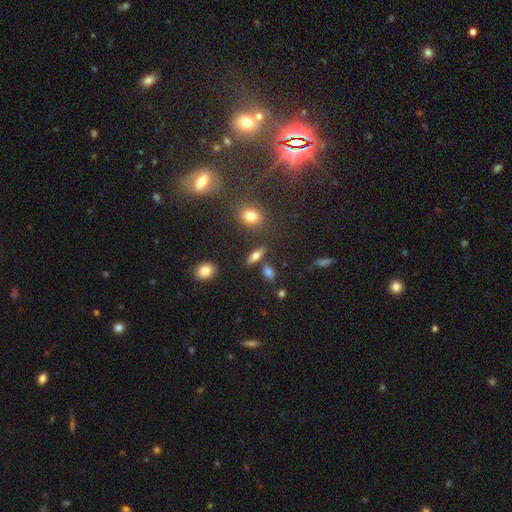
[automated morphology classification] A smooth galaxy with no disk features (56%) that is in between round and cigar-shaped (56%).

Vote fractions:
- Smooth or featured? smooth: 56% / featured or disk: 34% / star or artifact: 11%
- How rounded? in between: 56% / cigar-shaped: 35% / round: 10%
- Merging? none: 77% / minor disturbance: 10% / merger: 9% / major disturbance: 4%